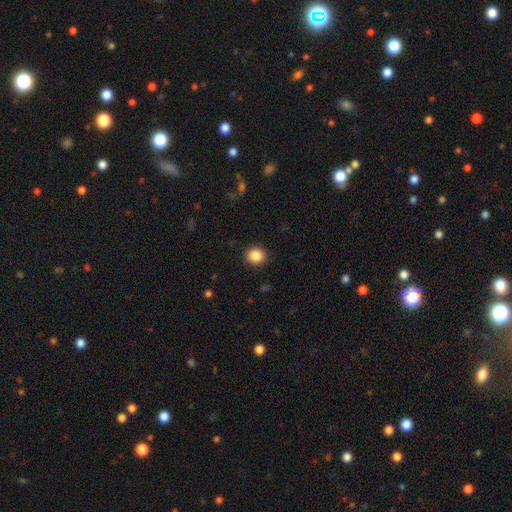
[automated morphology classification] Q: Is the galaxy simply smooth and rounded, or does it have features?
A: smooth — 87%.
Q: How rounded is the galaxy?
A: round — 86%.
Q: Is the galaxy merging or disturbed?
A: none — 91%.